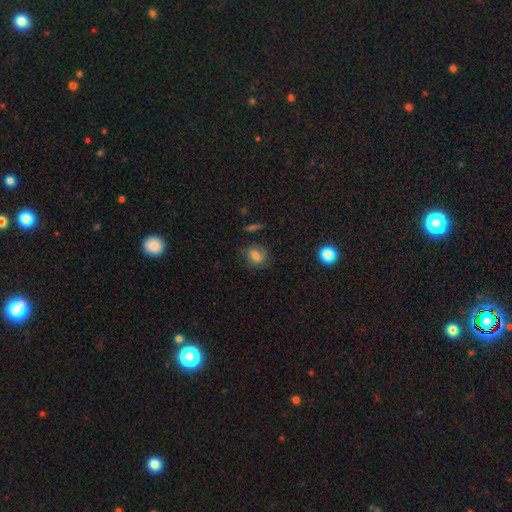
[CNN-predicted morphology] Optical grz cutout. It shows a smooth galaxy with no disk features (55%) that is round (54%). Merging: none (62%).